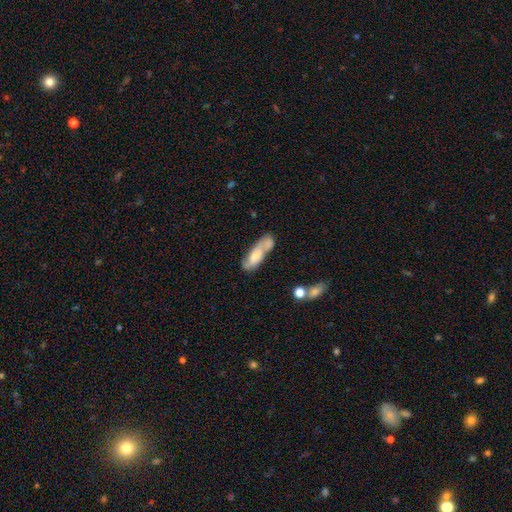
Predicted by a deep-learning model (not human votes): A smooth galaxy with no disk features (53%) that is in between round and cigar-shaped (57%). Merging: none (40%).